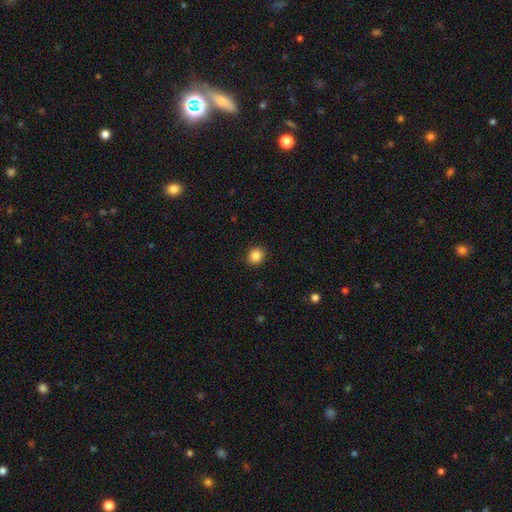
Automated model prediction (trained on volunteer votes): The model was most divided on "how rounded": round: 79%, in between: 20%, cigar-shaped: 1%. More confident: merging — none (91%); smooth or featured — smooth (86%).